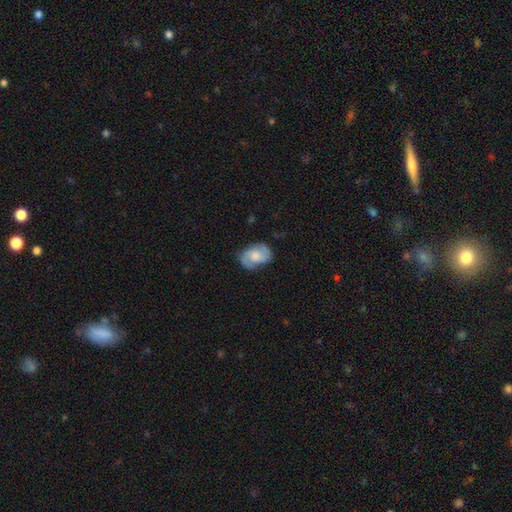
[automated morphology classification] Smooth or featured? featured or disk (65%)
Edge-on disk? no (97%)
Bar? no (62%)
Spiral arms? yes (90%)
Spiral winding? medium (47%)
Spiral arm count? 2 (84%)
Bulge size? moderate (45%)
Merging? none (72%)